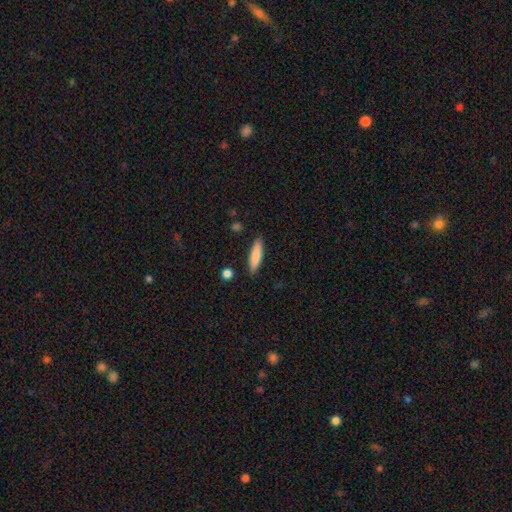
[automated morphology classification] Smooth or featured? Predicted: smooth (p=0.83). How rounded? Predicted: cigar-shaped (p=0.68). Merging? Predicted: none (p=0.87).